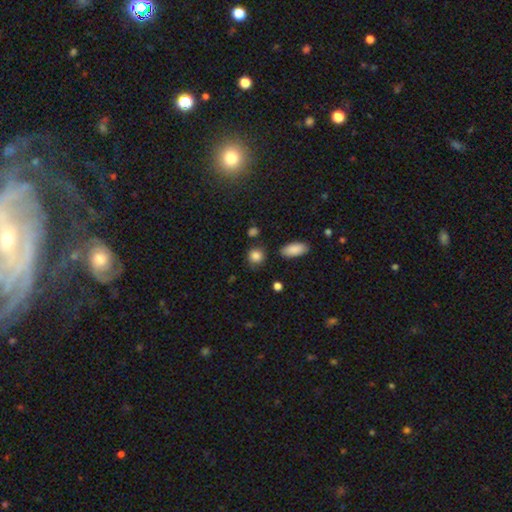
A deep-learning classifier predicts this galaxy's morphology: A smooth galaxy with no disk features (86%) that is round (82%).

Vote fractions:
- Smooth or featured? smooth: 86% / star or artifact: 9% / featured or disk: 5%
- How rounded? round: 82% / in between: 16% / cigar-shaped: 1%
- Merging? none: 81% / minor disturbance: 11% / merger: 5% / major disturbance: 3%